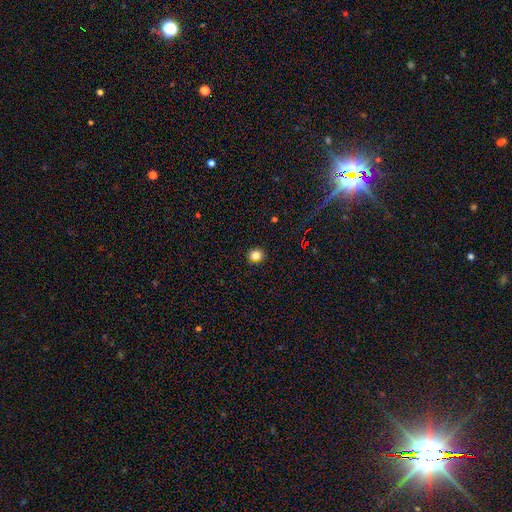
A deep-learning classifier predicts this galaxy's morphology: This appears to be a smooth galaxy with no disk features (82%) that is round (80%). Merging: none (91%).